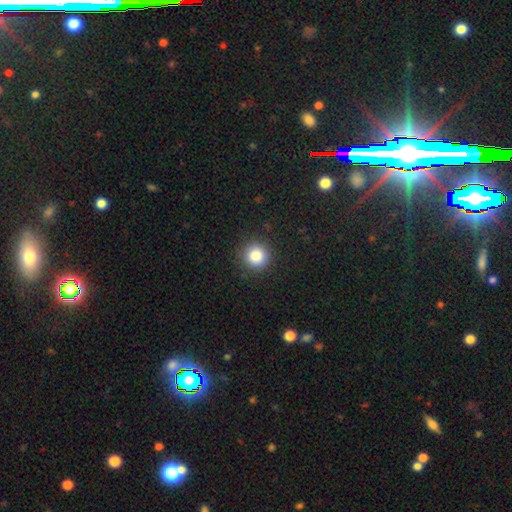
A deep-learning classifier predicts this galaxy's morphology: smooth_or_featured: smooth (p=0.84) [alt: star or artifact p=0.11]
how_rounded: round (p=0.94) [alt: in between p=0.05]
merging: none (p=0.90) [alt: minor disturbance p=0.06]